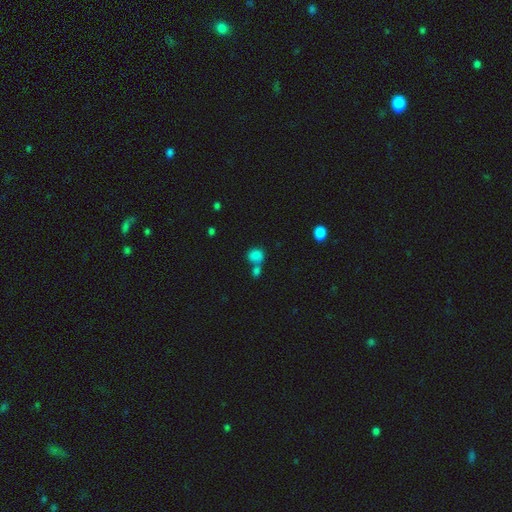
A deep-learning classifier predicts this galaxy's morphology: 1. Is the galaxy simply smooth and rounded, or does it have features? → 82% smooth, 12% star or artifact, 6% featured or disk.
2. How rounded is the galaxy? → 68% round, 31% in between, 1% cigar-shaped.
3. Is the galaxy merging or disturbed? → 42% merger (tied), 42% none (tied), 11% minor disturbance, 5% major disturbance.